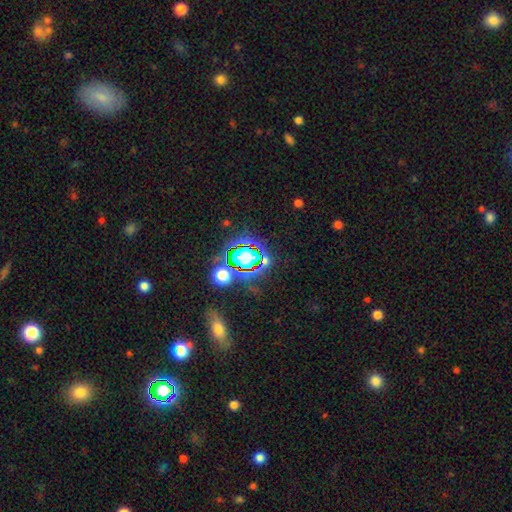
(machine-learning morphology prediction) star or artifact 75%, smooth 15%, featured or disk 10%.